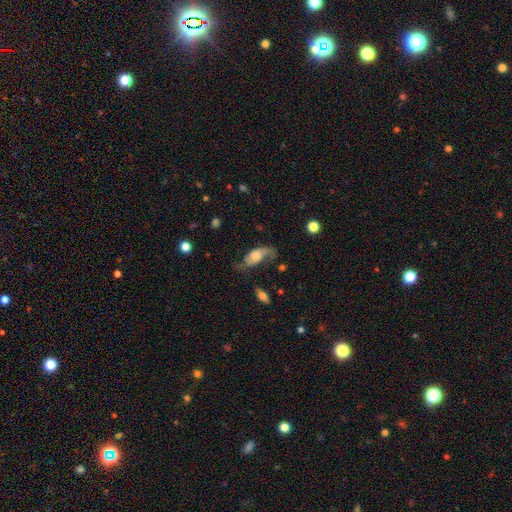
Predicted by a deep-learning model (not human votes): Morphology: type=featured or disk (62%); edge-on=no (88%); bar=no (63%); spiral arms=yes (87%); bulge=moderate (40%); merging=none (45%).